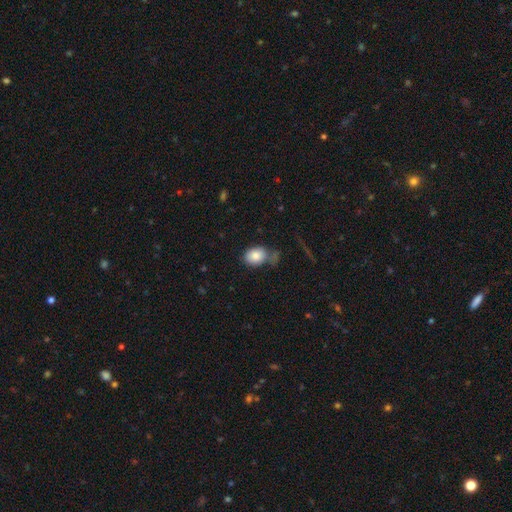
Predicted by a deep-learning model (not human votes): smooth_or_featured: smooth (p=0.83) [alt: featured or disk p=0.08]
how_rounded: in between (p=0.62) [alt: round p=0.37]
merging: none (p=0.53) [alt: minor disturbance p=0.23]